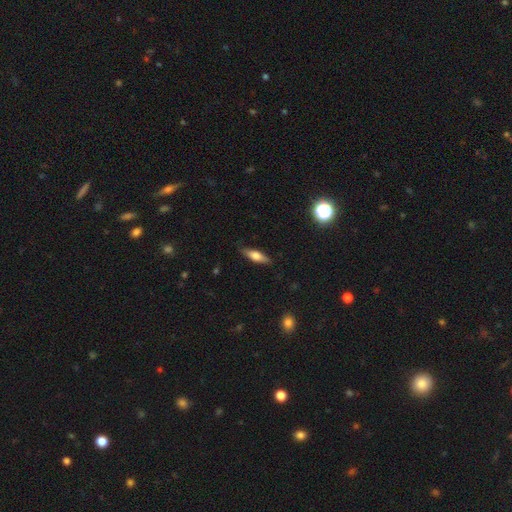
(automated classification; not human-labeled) This appears to be a smooth galaxy with no disk features (58%) that is cigar-shaped (55%). Merging: none (85%).